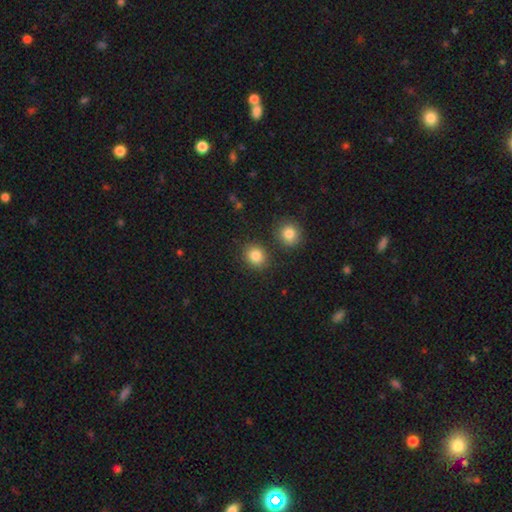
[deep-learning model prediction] Smooth or featured: smooth — 84% (star or artifact — 11%)
How rounded: round — 75% (in between — 24%)
Merging: none — 83% (minor disturbance — 8%)